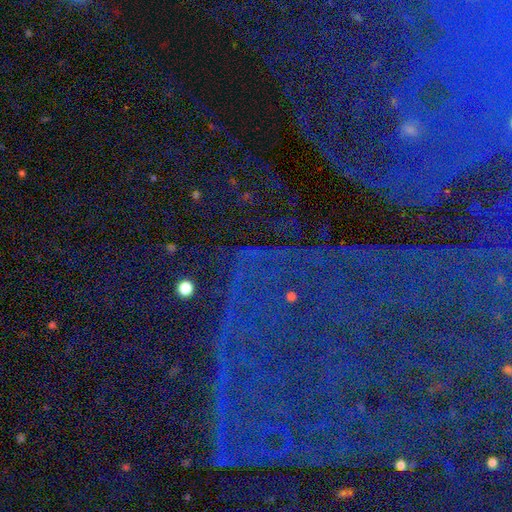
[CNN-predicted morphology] Smooth or featured?
  - star or artifact: 84% *
  - featured or disk: 8%
  - smooth: 8%